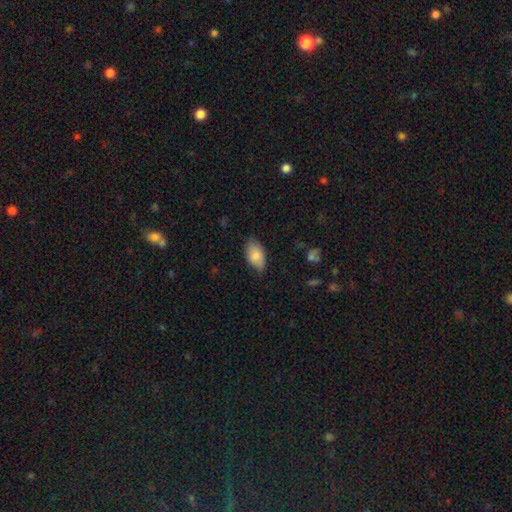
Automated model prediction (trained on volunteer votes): Smooth or featured? Predicted: smooth (p=0.83). How rounded? Predicted: in between (p=0.94). Merging? Predicted: none (p=0.73).